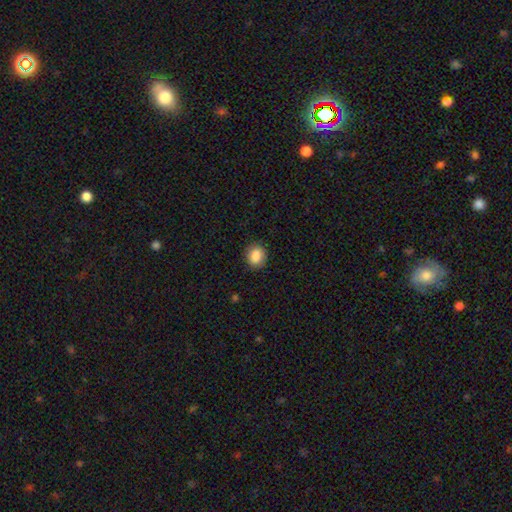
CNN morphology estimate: This appears to be a smooth galaxy with no disk features (86%) that is round (62%). Merging: none (86%).